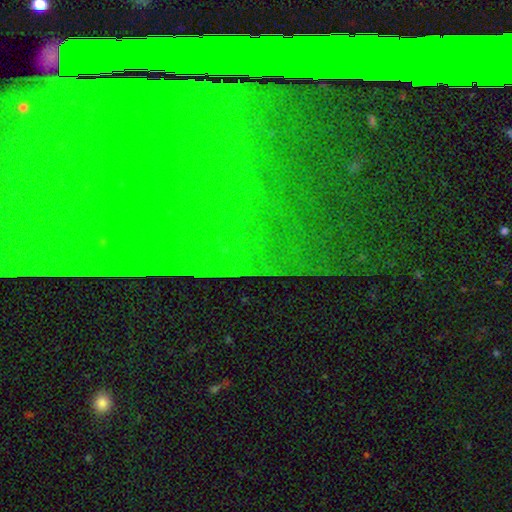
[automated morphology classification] Q: Smooth or featured?
A: star or artifact (79%); runner-up: featured or disk (12%)